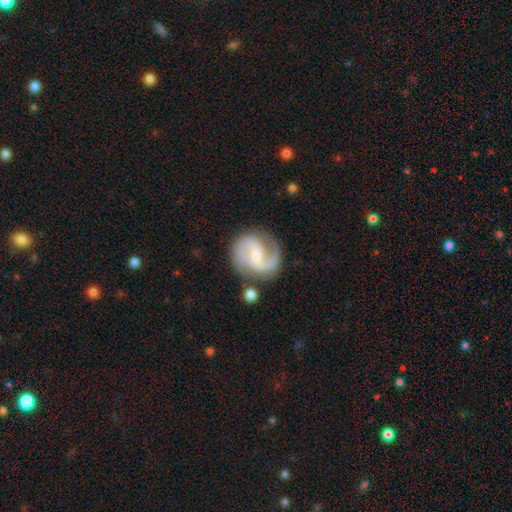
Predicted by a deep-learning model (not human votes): A featured or disk galaxy (88%) with a weak bar (46%), 2 (89%) medium (55%) spiral arms (97%) and a small central bulge (65%).

Vote fractions:
- Smooth or featured? featured or disk: 88% / smooth: 7% / star or artifact: 5%
- Edge-on disk? no: 98% / yes: 2%
- Bar? weak: 46% / no: 32% / strong: 22%
- Spiral arms? yes: 97% / no: 3%
- Spiral winding? medium: 55% / loose: 25% / tight: 20%
- Spiral arm count? 2: 89% / 1: 4% / can't tell: 3% / 3: 2% / 4: 1% / more than 4: 1%
- Bulge size? small: 65% / moderate: 30% / none: 2% / large: 1% / dominant: 1%
- Merging? none: 78% / minor disturbance: 13% / major disturbance: 5% / merger: 4%